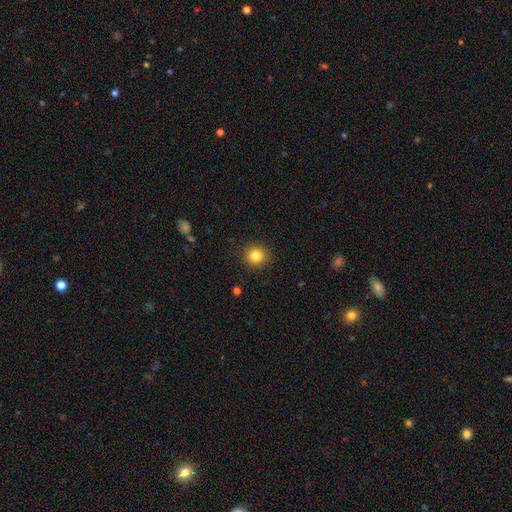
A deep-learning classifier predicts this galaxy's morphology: Smooth or featured: smooth — 82% (star or artifact — 11%)
How rounded: round — 92% (in between — 7%)
Merging: none — 91% (minor disturbance — 6%)